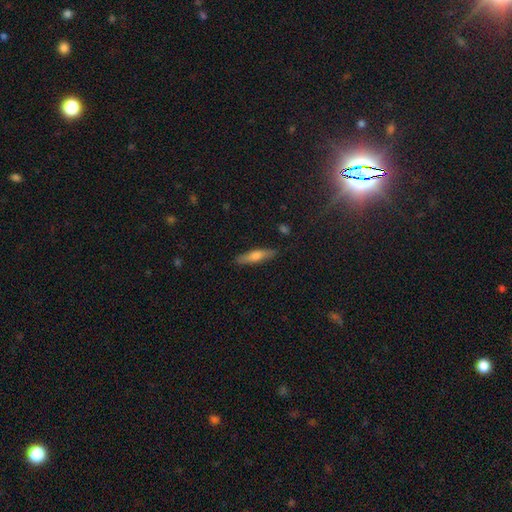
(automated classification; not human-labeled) Smooth or featured? smooth (54%)
How rounded? cigar-shaped (78%)
Merging? none (88%)